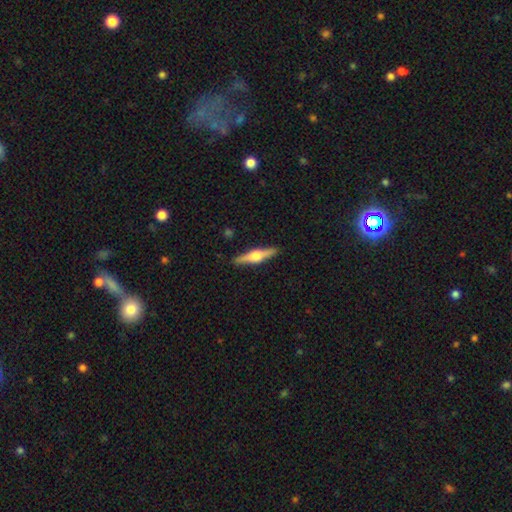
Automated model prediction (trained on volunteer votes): This appears to be a featured or disk galaxy (71%) viewed edge-on (98%) with a rounded central bulge (94%). Merging: none (91%).